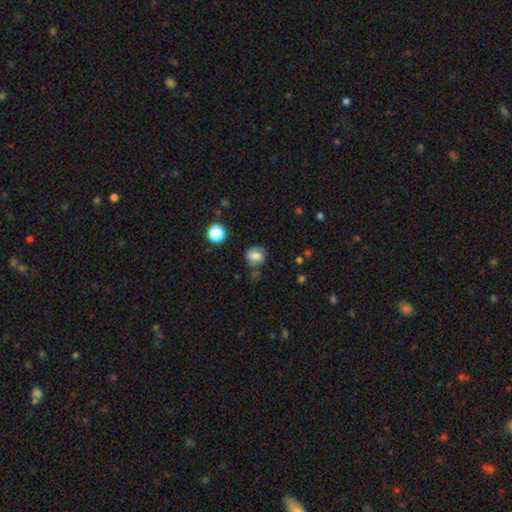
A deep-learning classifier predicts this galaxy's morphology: Q: Smooth or featured?
A: smooth (73%); runner-up: featured or disk (14%)
Q: How rounded?
A: round (67%); runner-up: in between (32%)
Q: Merging?
A: none (65%); runner-up: minor disturbance (22%)